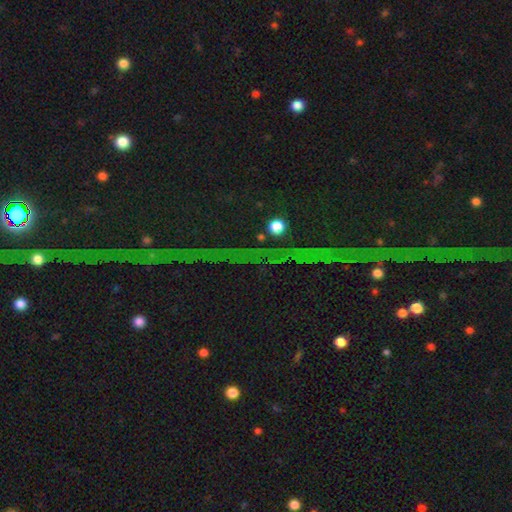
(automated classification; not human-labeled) smooth-or-featured: star or artifact: 81% | featured or disk: 11% | smooth: 8%